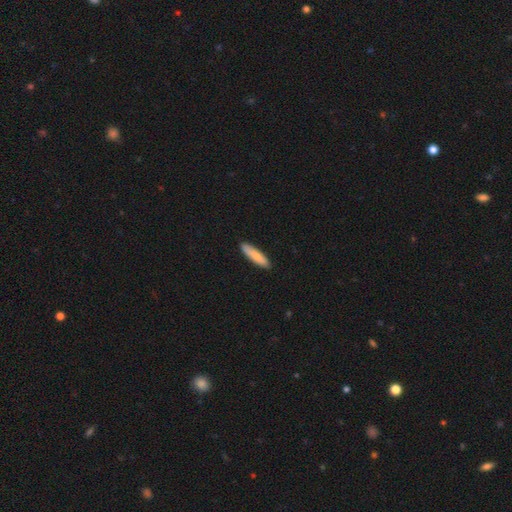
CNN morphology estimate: Smooth or featured? Predicted: smooth (p=0.84). How rounded? Predicted: cigar-shaped (p=0.78). Merging? Predicted: none (p=0.89).